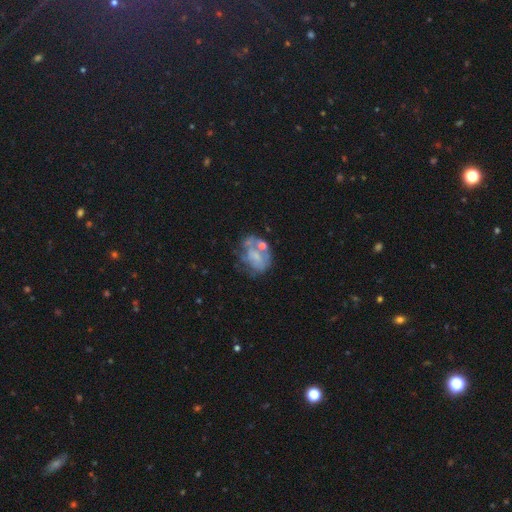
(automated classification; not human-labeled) A featured or disk galaxy (58%) with no bar (78%), no spiral arms (72%) and no central bulge (35%). Merging: none (36%).